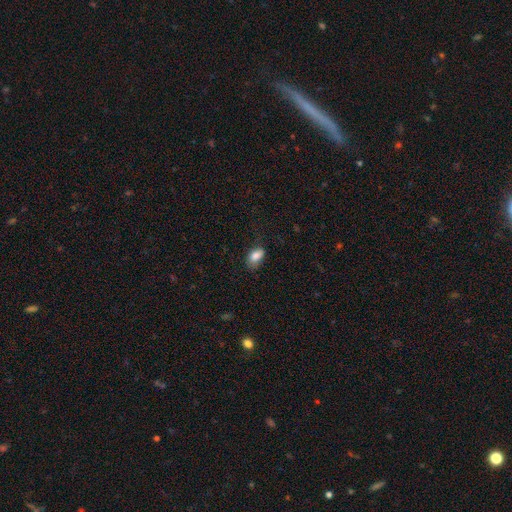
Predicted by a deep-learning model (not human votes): Smooth or featured? Predicted: smooth (p=0.85). How rounded? Predicted: in between (p=0.89). Merging? Predicted: none (p=0.62).